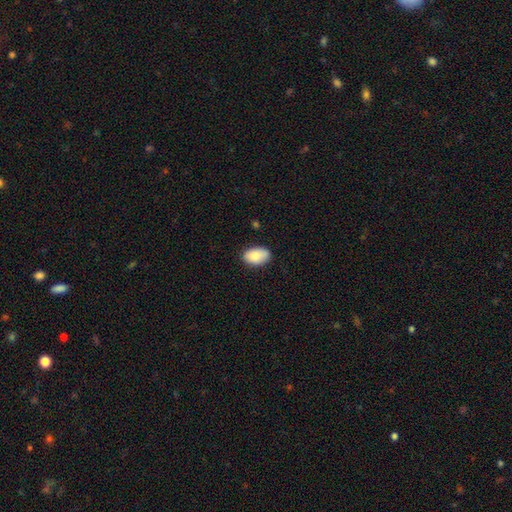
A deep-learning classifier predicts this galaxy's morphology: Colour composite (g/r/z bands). It shows a smooth galaxy with no disk features (86%) that is in between round and cigar-shaped (92%). Merging: none (83%).